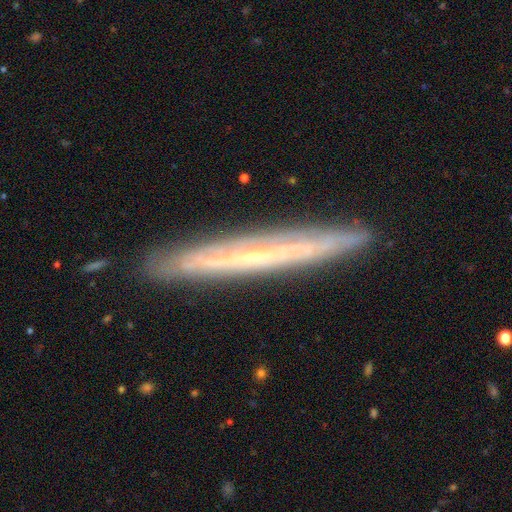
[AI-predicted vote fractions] featured or disk 70%, smooth 23%, star or artifact 7%. Down the decision tree: edge-on disk — yes (88%); edge-on bulge — none (74%); merging — none (87%).